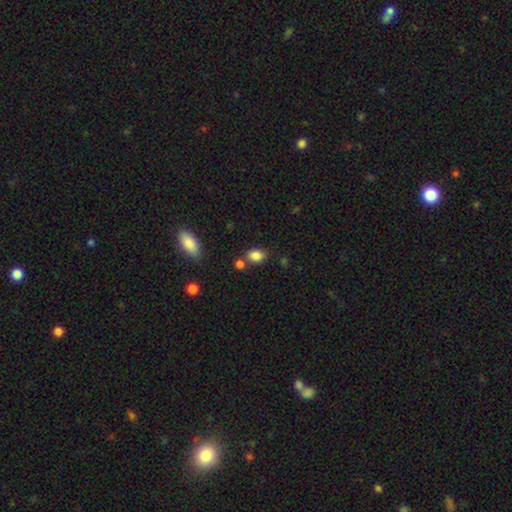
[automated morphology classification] smooth-or-featured: smooth: 85% | star or artifact: 10% | featured or disk: 5%
  how-rounded: in between: 70% | round: 28% | cigar-shaped: 2%
  merging: none: 66% | merger: 17% | minor disturbance: 13% | major disturbance: 4%